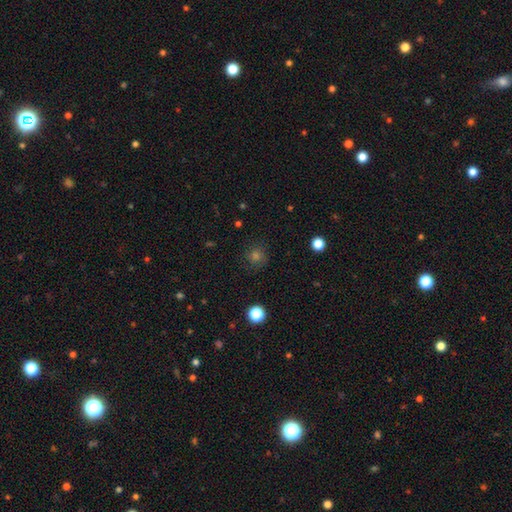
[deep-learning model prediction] smooth_or_featured: smooth (p=0.66) [alt: star or artifact p=0.25]
how_rounded: round (p=0.92) [alt: in between p=0.07]
merging: none (p=0.86) [alt: minor disturbance p=0.09]